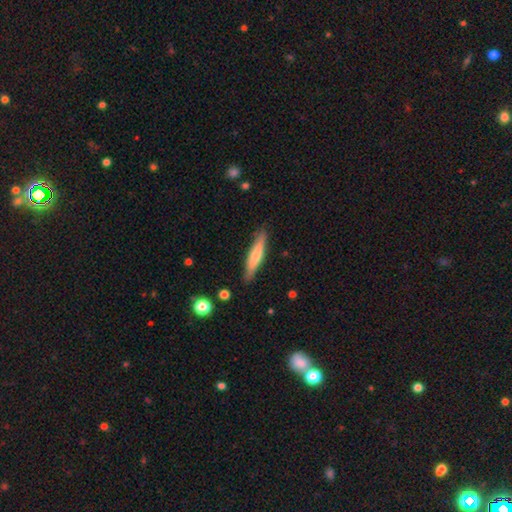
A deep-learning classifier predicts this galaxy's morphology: A smooth galaxy with no disk features (61%) that is cigar-shaped (88%).

Vote fractions:
- Smooth or featured? smooth: 61% / featured or disk: 33% / star or artifact: 6%
- How rounded? cigar-shaped: 88% / in between: 10% / round: 1%
- Merging? none: 86% / minor disturbance: 10% / major disturbance: 2% / merger: 2%